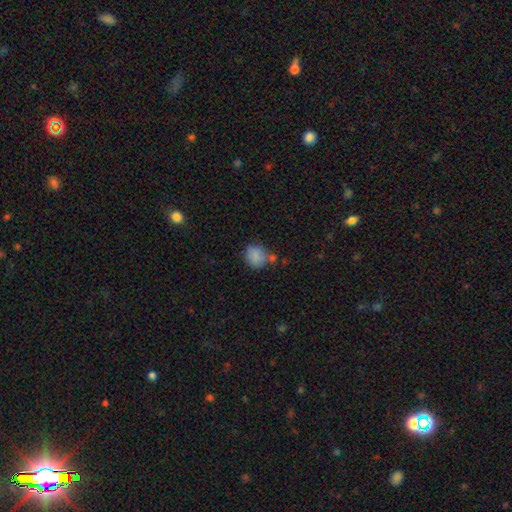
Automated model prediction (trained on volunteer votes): The model was most divided on "merging": none: 60%, minor disturbance: 19%, merger: 15%, major disturbance: 6%. More confident: smooth or featured — smooth (84%); how rounded — round (74%).